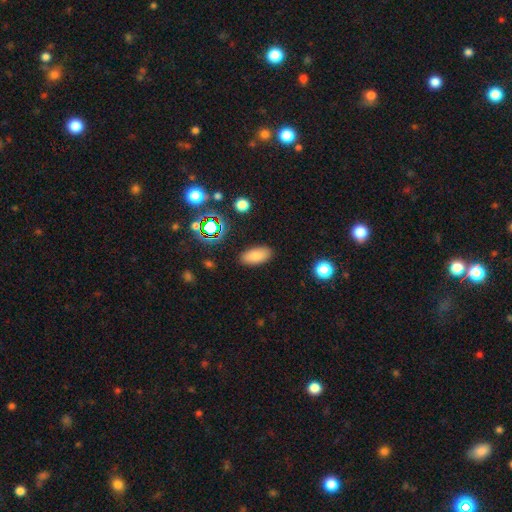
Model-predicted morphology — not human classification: smooth-or-featured: smooth: 82% | star or artifact: 11% | featured or disk: 8%
  how-rounded: in between: 90% | cigar-shaped: 7% | round: 3%
  merging: none: 87% | minor disturbance: 9% | major disturbance: 3% | merger: 1%